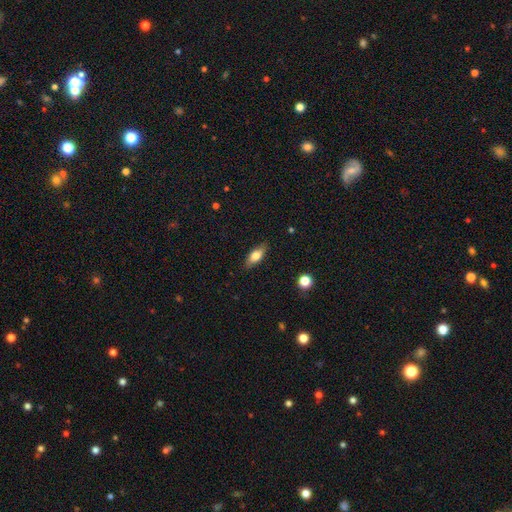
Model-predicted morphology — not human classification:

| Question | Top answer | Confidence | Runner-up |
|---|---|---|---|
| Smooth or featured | smooth | 72% | featured or disk (21%) |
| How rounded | in between | 77% | cigar-shaped (19%) |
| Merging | none | 86% | minor disturbance (11%) |